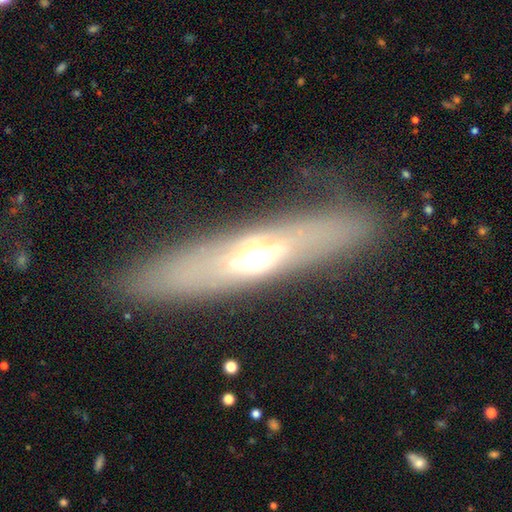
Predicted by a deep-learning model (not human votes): Smooth or featured? Predicted: featured or disk (p=0.56). Edge-on disk? Predicted: yes (p=0.65). Merging? Predicted: none (p=0.80).